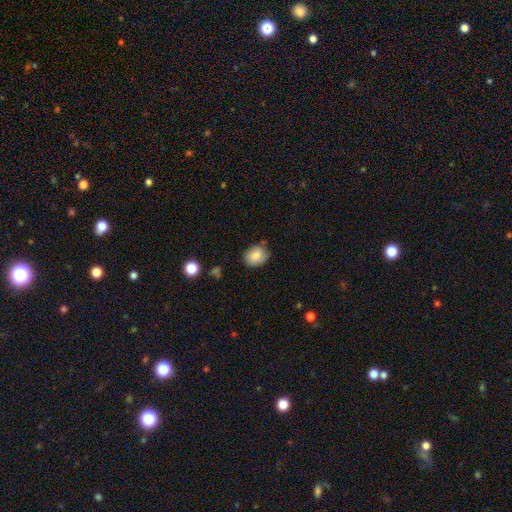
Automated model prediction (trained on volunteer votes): The model was most divided on "how rounded": in between: 57%, round: 42%, cigar-shaped: 1%. More confident: smooth or featured — smooth (82%); merging — none (73%).